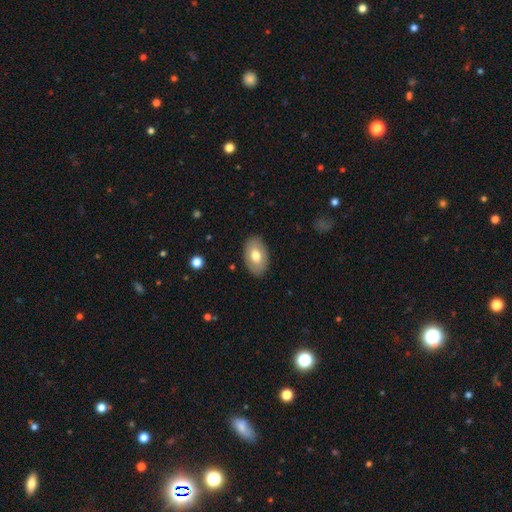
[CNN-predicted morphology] The model was most divided on "smooth or featured": smooth: 70%, featured or disk: 23%, star or artifact: 6%. More confident: how rounded — in between (90%); merging — none (86%).